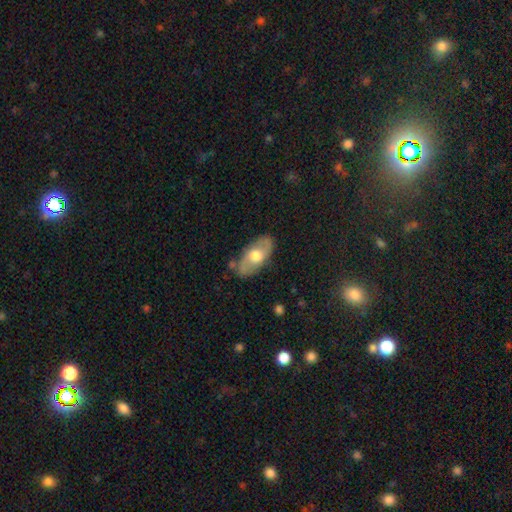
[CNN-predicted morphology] A smooth galaxy with no disk features (48%).

Vote fractions:
- Smooth or featured? smooth: 48% / featured or disk: 47% / star or artifact: 5%
- Merging? none: 78% / minor disturbance: 15% / major disturbance: 4% / merger: 3%